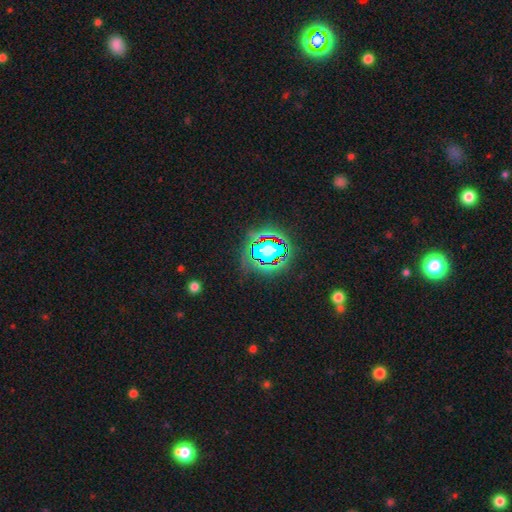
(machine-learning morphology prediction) Q: Smooth or featured?
A: star or artifact (81%); runner-up: smooth (11%)